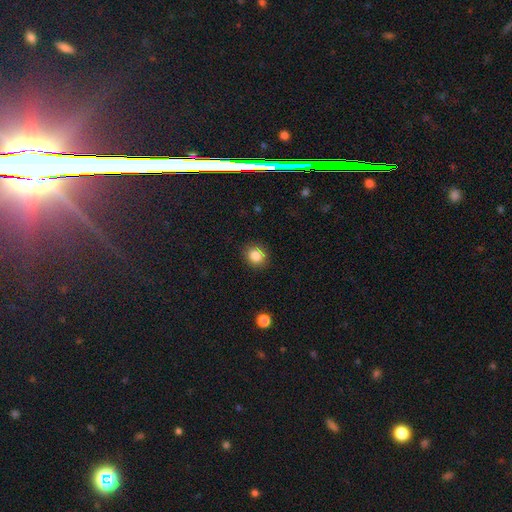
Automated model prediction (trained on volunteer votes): Smooth or featured? smooth (85%)
How rounded? round (81%)
Merging? none (88%)